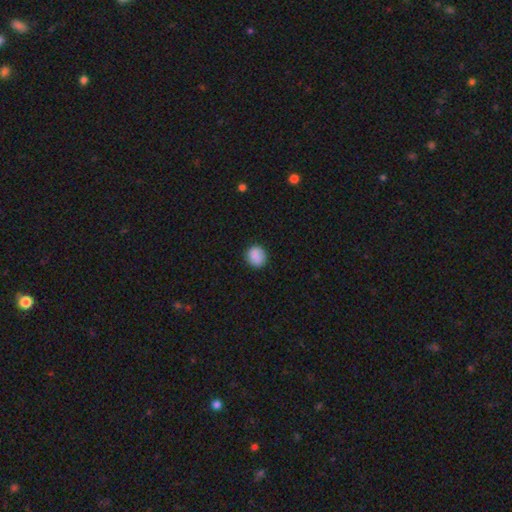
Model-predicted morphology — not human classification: Smooth or featured: smooth — 88% (star or artifact — 8%)
How rounded: round — 75% (in between — 24%)
Merging: none — 86% (minor disturbance — 10%)